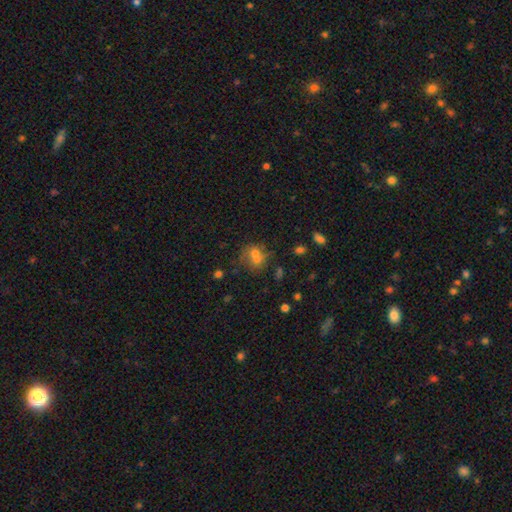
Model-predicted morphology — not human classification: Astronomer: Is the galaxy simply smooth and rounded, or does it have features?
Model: smooth — 60%.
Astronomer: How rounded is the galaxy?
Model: round — 54% (runner-up: in between, 44%).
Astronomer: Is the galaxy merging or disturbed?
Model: none — 38% (runner-up: merger, 37%).